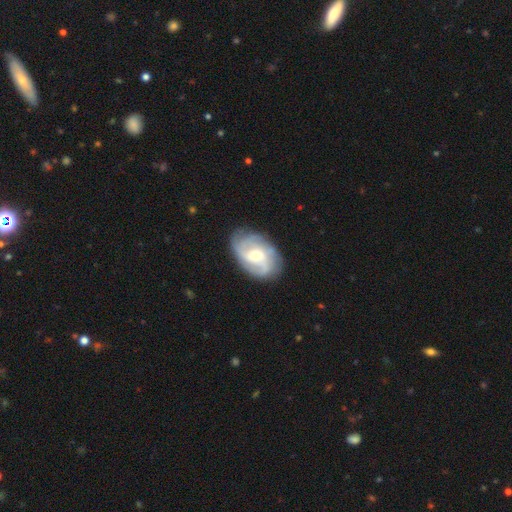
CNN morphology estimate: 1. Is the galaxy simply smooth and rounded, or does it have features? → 80% featured or disk, 15% smooth, 5% star or artifact.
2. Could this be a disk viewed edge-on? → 97% no, 3% yes.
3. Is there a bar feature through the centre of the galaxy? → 47% weak, 40% no, 13% strong.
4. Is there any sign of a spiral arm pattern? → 94% yes, 6% no.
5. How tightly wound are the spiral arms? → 43% medium, 34% tight, 23% loose.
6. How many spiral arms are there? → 31% 3, 26% 2, 23% can't tell, 11% 4, 5% 1, 5% more than 4.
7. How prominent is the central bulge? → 58% moderate, 36% small, 4% large, 1% none, 1% dominant.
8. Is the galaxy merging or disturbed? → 77% none, 16% minor disturbance, 6% major disturbance, 1% merger.